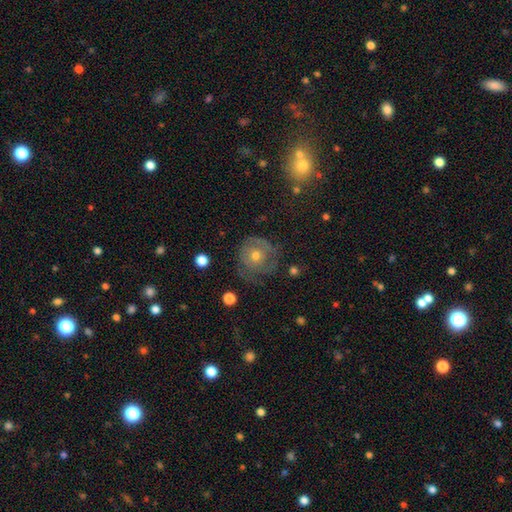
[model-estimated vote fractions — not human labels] The model was most divided on "bulge size": moderate: 58%, small: 36%, large: 3%, none: 1%, dominant: 1%. More confident: edge-on disk — no (96%); bar — no (85%); spiral arms — yes (73%); merging — none (67%); smooth or featured — featured or disk (57%).